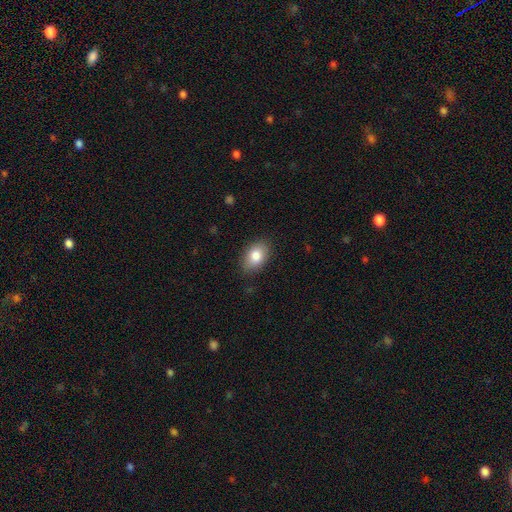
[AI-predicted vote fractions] Smooth or featured? smooth (83%)
How rounded? in between (85%)
Merging? none (85%)